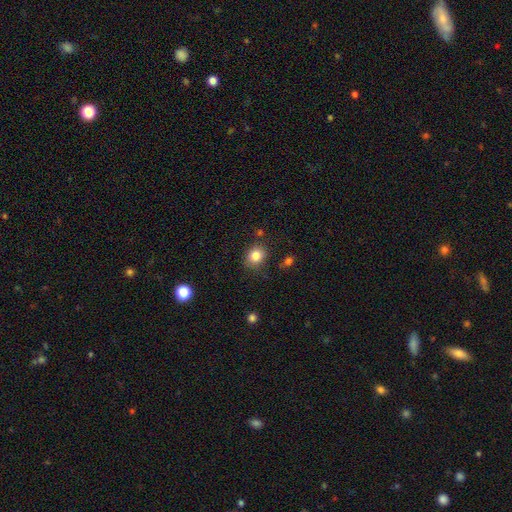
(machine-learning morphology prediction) Smooth or featured? smooth (83%)
How rounded? round (60%)
Merging? none (80%)